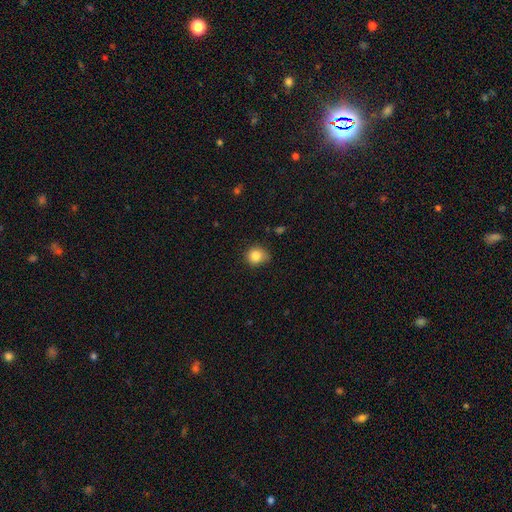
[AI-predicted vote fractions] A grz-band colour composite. It shows a smooth galaxy with no disk features (84%) that is round (82%). Merging: none (65%).